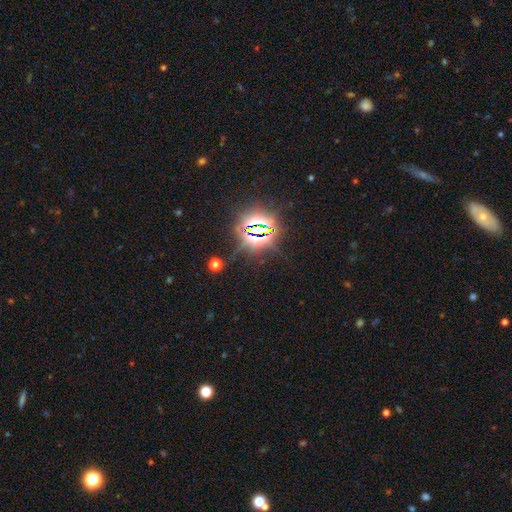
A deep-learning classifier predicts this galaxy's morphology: This is clearly a star or artifact rather than a galaxy (83%).